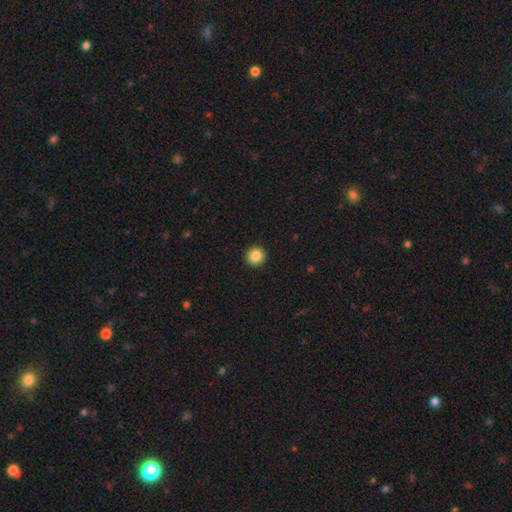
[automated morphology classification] Q: Smooth or featured?
A: smooth (87%); runner-up: star or artifact (9%)
Q: How rounded?
A: round (95%); runner-up: in between (4%)
Q: Merging?
A: none (93%); runner-up: minor disturbance (4%)